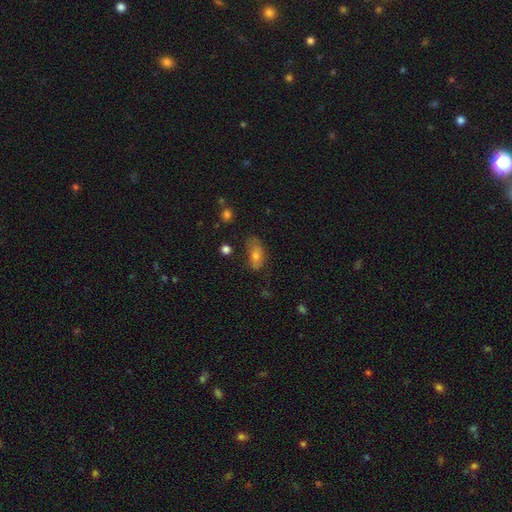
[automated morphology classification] This appears to be a smooth galaxy with no disk features (64%) that is in between round and cigar-shaped (85%). Merging: none (55%).